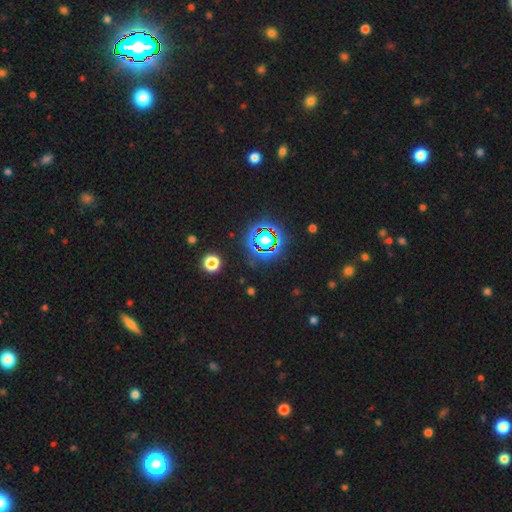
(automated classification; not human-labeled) Smooth or featured? Predicted: star or artifact (p=0.78).